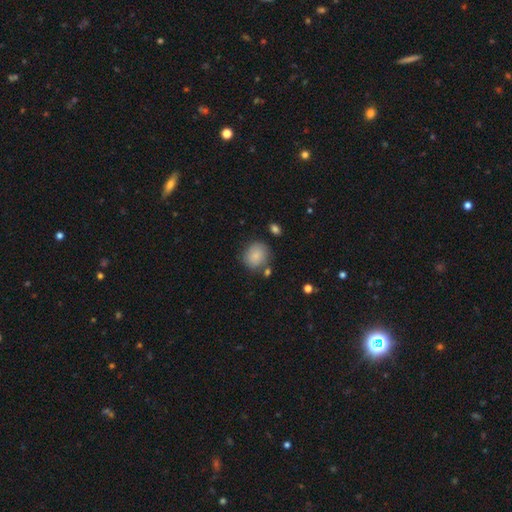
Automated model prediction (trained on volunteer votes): The model was most divided on "how rounded": round: 77%, in between: 22%, cigar-shaped: 1%. More confident: smooth or featured — smooth (82%); merging — none (72%).